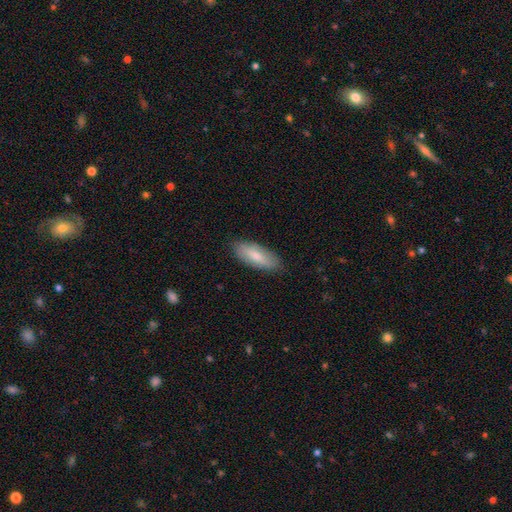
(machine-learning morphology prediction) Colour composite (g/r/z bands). It shows a smooth galaxy with no disk features (77%) that is in between round and cigar-shaped (70%). Merging: none (85%).